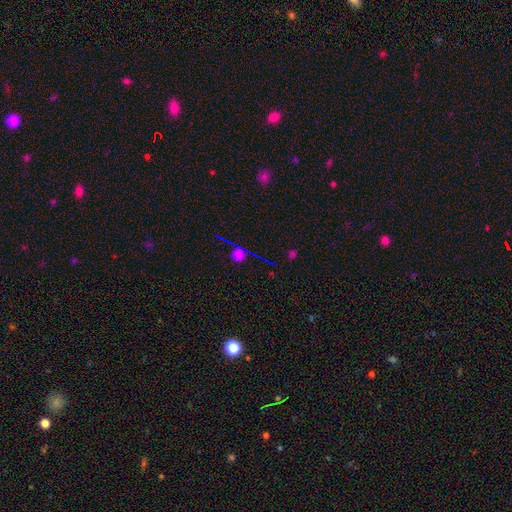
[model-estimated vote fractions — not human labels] A star or artifact, not a galaxy (64%).